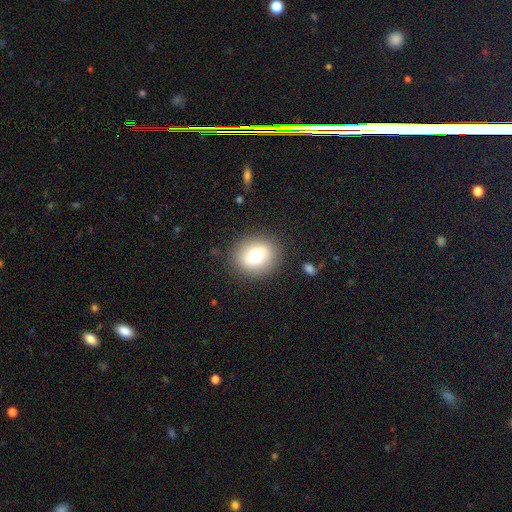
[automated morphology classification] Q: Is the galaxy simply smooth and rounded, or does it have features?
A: smooth — 71%.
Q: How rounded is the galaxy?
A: round — 75%.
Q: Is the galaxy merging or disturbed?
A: none — 86%.